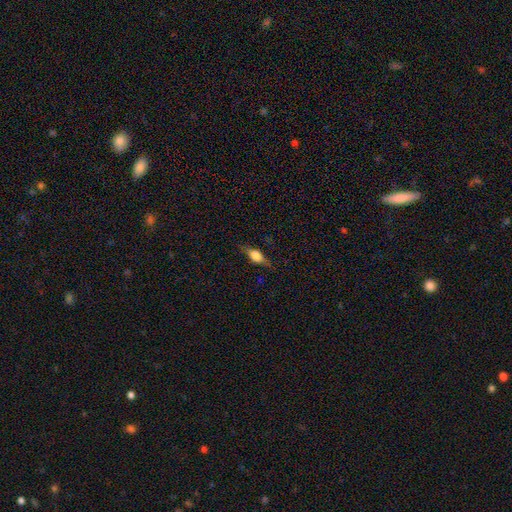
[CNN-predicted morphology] type=smooth (57%); roundness=in between (68%); merging=none (77%).